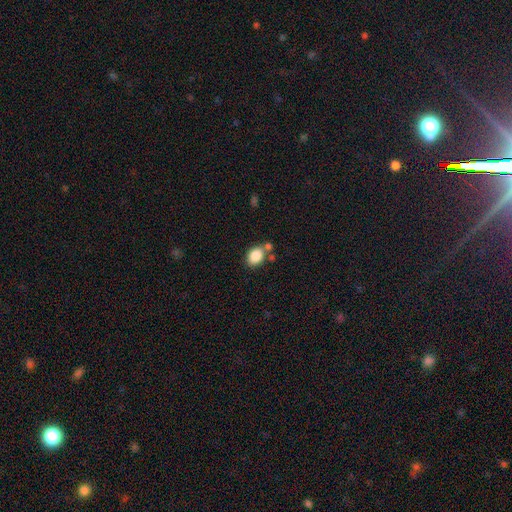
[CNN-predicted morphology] smooth-or-featured: smooth: 86% | star or artifact: 8% | featured or disk: 6%
  how-rounded: in between: 71% | round: 28% | cigar-shaped: 1%
  merging: none: 63% | merger: 19% | minor disturbance: 14% | major disturbance: 4%